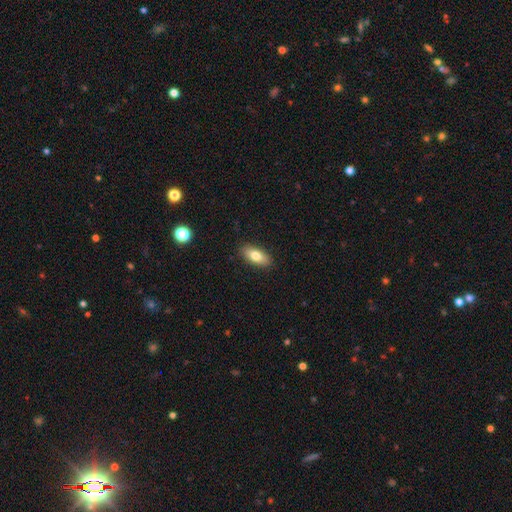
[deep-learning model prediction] Morphology: type=smooth (78%); roundness=in between (84%); merging=none (89%).